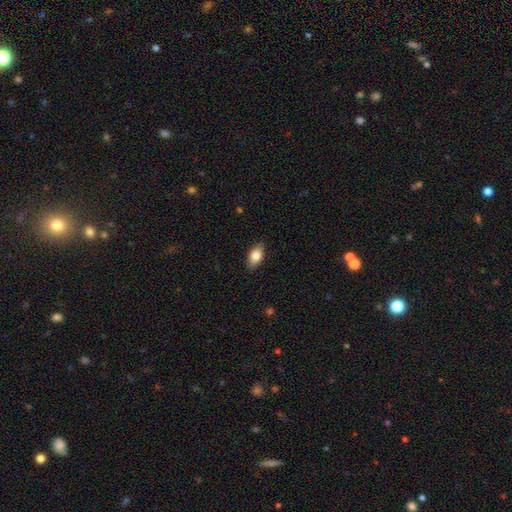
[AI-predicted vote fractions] This appears to be a smooth galaxy with no disk features (80%) that is in between round and cigar-shaped (88%). Merging: none (86%).